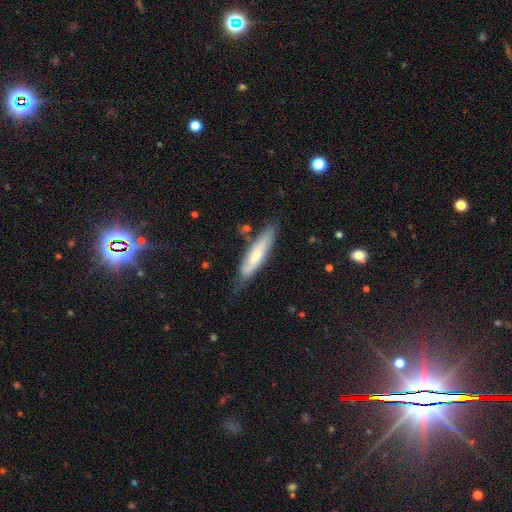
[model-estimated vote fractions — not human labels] smooth_or_featured: smooth (p=0.59) [alt: featured or disk p=0.35]
how_rounded: cigar-shaped (p=0.74) [alt: in between p=0.25]
merging: none (p=0.68) [alt: minor disturbance p=0.23]